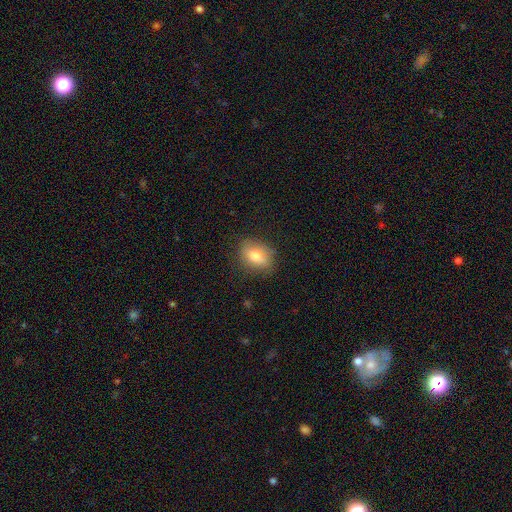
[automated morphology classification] Smooth or featured: smooth — 79% (featured or disk — 13%)
How rounded: in between — 79% (round — 19%)
Merging: none — 80% (minor disturbance — 16%)